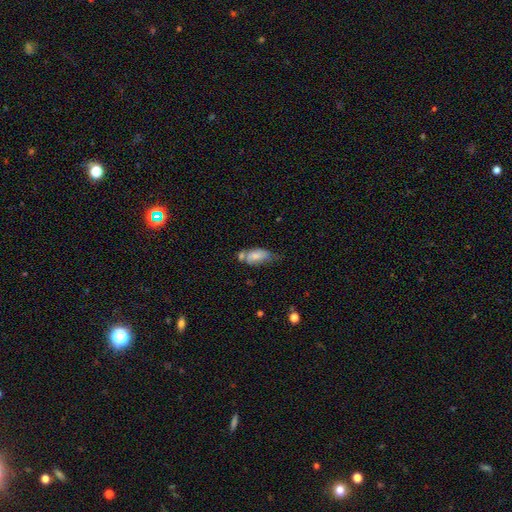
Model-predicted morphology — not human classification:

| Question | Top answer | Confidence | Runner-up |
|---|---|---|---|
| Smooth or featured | smooth | 74% | featured or disk (19%) |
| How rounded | in between | 87% | cigar-shaped (10%) |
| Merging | none | 32% | minor disturbance (29%) |